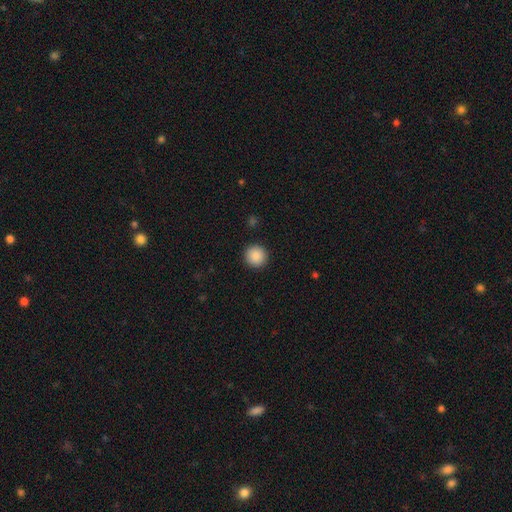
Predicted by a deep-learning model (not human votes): Smooth or featured: smooth — 89% (star or artifact — 8%)
How rounded: round — 95% (in between — 4%)
Merging: none — 92% (minor disturbance — 5%)